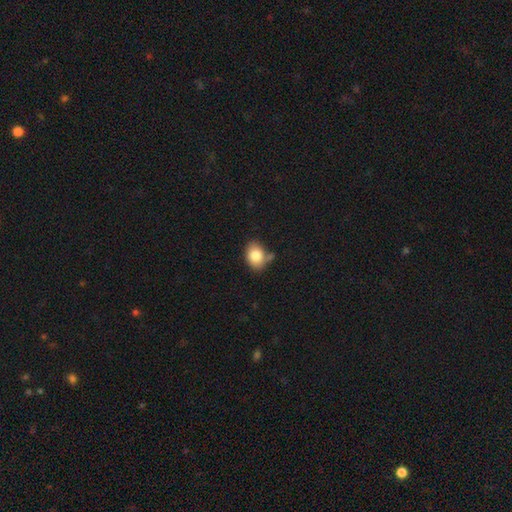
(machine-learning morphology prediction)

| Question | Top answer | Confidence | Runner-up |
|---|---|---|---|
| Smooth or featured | smooth | 82% | featured or disk (10%) |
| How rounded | in between | 69% | round (30%) |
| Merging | none | 62% | minor disturbance (20%) |